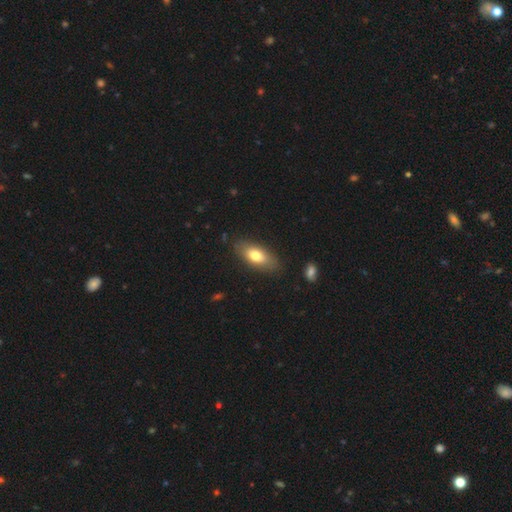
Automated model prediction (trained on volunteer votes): This appears to be a smooth galaxy with no disk features (73%) that is in between round and cigar-shaped (83%). Merging: none (84%).